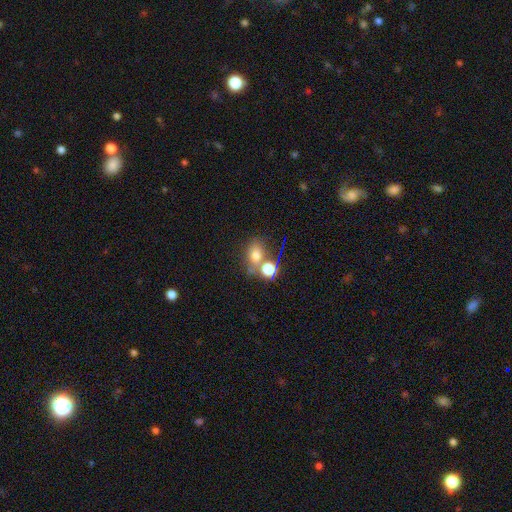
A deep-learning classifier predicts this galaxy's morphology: Smooth or featured? Predicted: smooth (p=0.67). How rounded? Predicted: in between (p=0.50). Merging? Predicted: none (p=0.50).